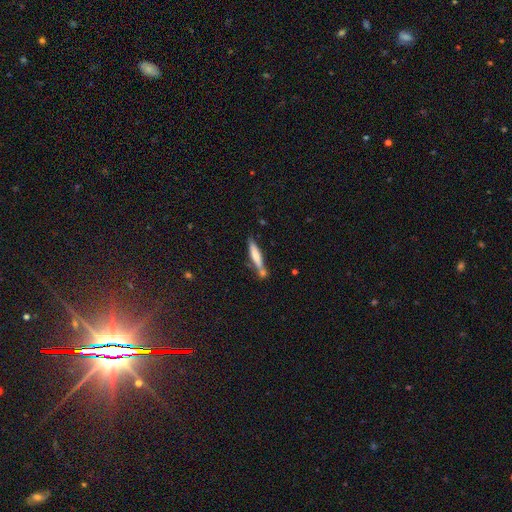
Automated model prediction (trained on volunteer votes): Overall: smooth (59%; featured or disk 34%). How rounded: cigar-shaped (88%). Merging: none (62%).